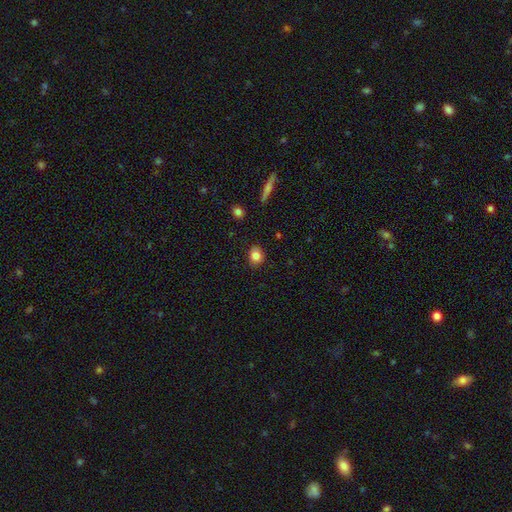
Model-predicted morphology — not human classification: A smooth galaxy with no disk features (82%) that is round (61%).

Vote fractions:
- Smooth or featured? smooth: 82% / star or artifact: 10% / featured or disk: 8%
- How rounded? round: 61% / in between: 38% / cigar-shaped: 1%
- Merging? none: 85% / minor disturbance: 11% / major disturbance: 2% / merger: 1%